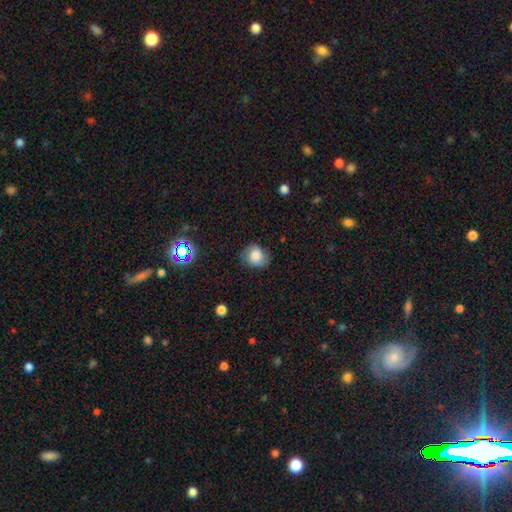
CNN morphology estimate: A smooth galaxy with no disk features (76%) that is round (71%).

Vote fractions:
- Smooth or featured? smooth: 76% / featured or disk: 13% / star or artifact: 11%
- How rounded? round: 71% / in between: 28% / cigar-shaped: 1%
- Merging? none: 74% / minor disturbance: 20% / major disturbance: 5% / merger: 1%